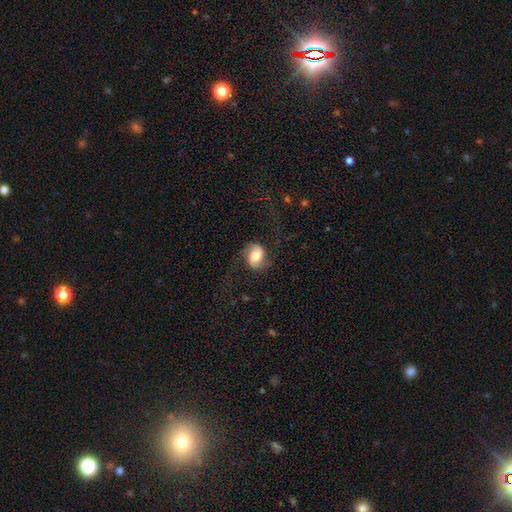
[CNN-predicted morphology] Overall: featured or disk (54%; smooth 38%). Edge-on disk: no (97%). Bar: no (48%; weak 36%). Spiral arms: yes (89%). Bulge size: moderate (53%; large 29%). Merging: none (67%).